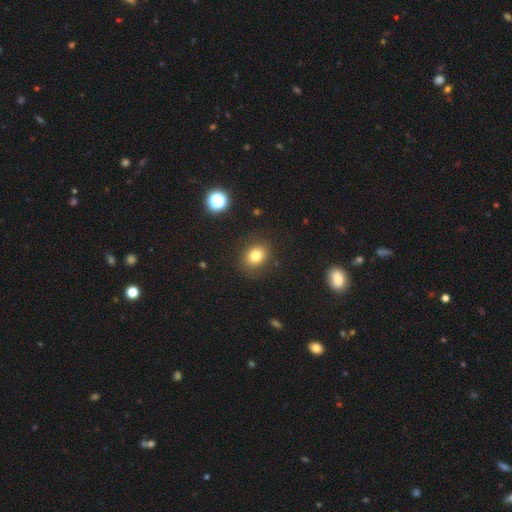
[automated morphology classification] The model was most divided on "how rounded": round: 51%, in between: 48%, cigar-shaped: 1%. More confident: merging — none (86%); smooth or featured — smooth (79%).